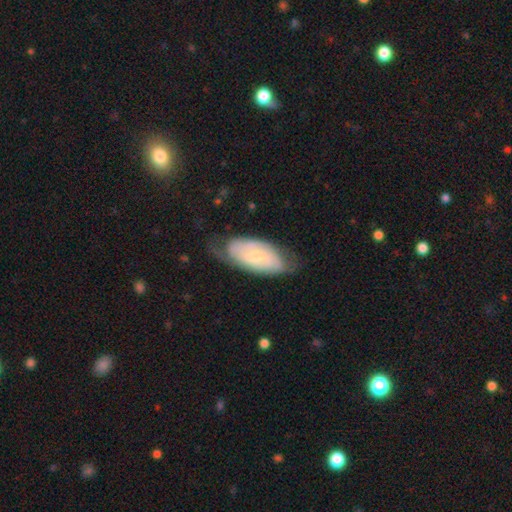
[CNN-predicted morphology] Smooth or featured: featured or disk — 64% (smooth — 30%)
Edge-on disk: no — 92% (yes — 8%)
Bar: weak — 45% (no — 44%)
Spiral arms: yes — 86% (no — 14%)
Spiral winding: tight — 50% (medium — 37%)
Spiral arm count: 2 — 55% (can't tell — 33%)
Bulge size: small — 56% (moderate — 31%)
Merging: none — 59% (minor disturbance — 29%)